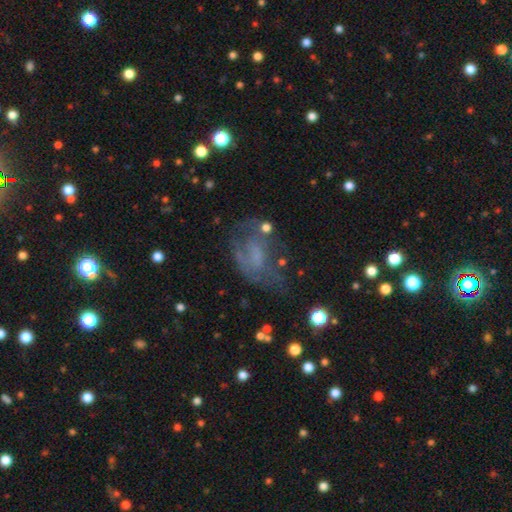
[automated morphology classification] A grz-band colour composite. It shows a featured or disk galaxy (47%). Merging: none (39%).